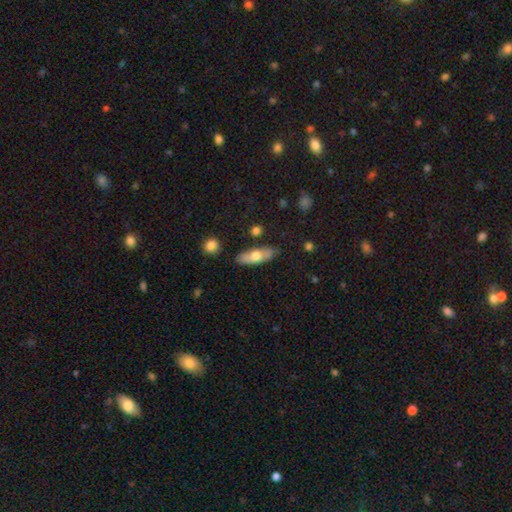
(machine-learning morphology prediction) Smooth or featured?
  - smooth: 62% *
  - featured or disk: 32%
  - star or artifact: 6%
How rounded?
  - in between: 61% *
  - cigar-shaped: 35%
  - round: 3%
Merging?
  - none: 80% *
  - minor disturbance: 14%
  - merger: 3%
  - major disturbance: 3%